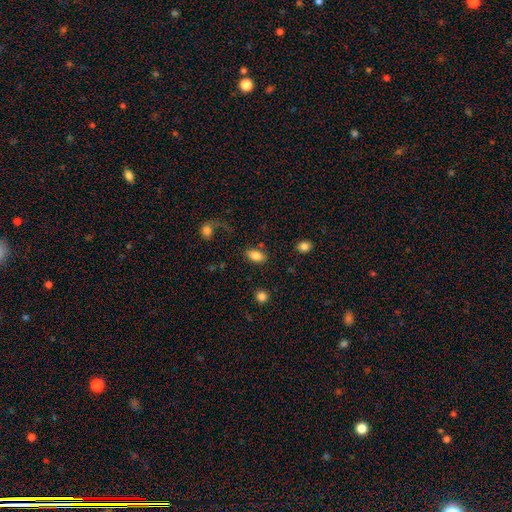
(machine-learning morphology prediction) smooth-or-featured: smooth: 82% | featured or disk: 10% | star or artifact: 8%
  how-rounded: in between: 91% | round: 6% | cigar-shaped: 3%
  merging: none: 81% | minor disturbance: 11% | major disturbance: 4% | merger: 4%